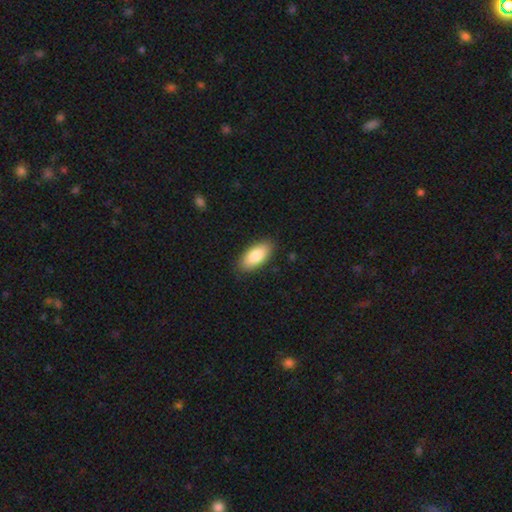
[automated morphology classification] Overall: smooth (84%). How rounded: in between (89%). Merging: none (87%).